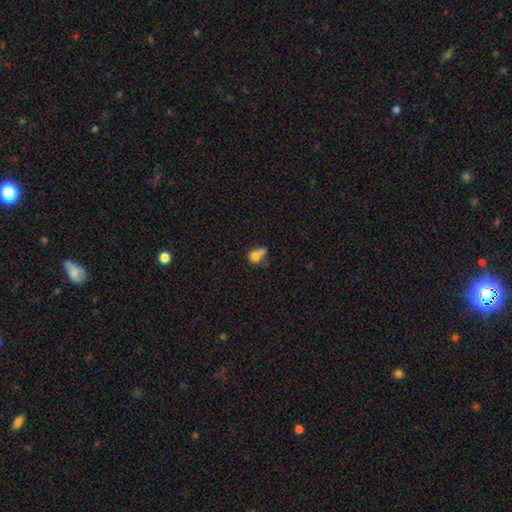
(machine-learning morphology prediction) Smooth or featured? Predicted: smooth (p=0.73). How rounded? Predicted: round (p=0.53). Merging? Predicted: merger (p=0.42).